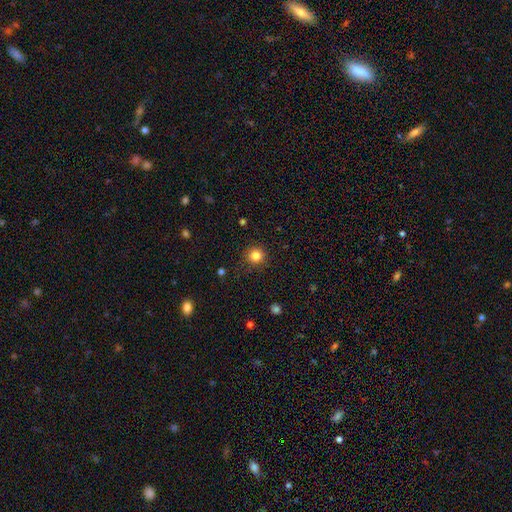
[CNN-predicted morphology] Q: Smooth or featured?
A: smooth (83%); runner-up: star or artifact (12%)
Q: How rounded?
A: round (93%); runner-up: in between (6%)
Q: Merging?
A: none (90%); runner-up: minor disturbance (7%)